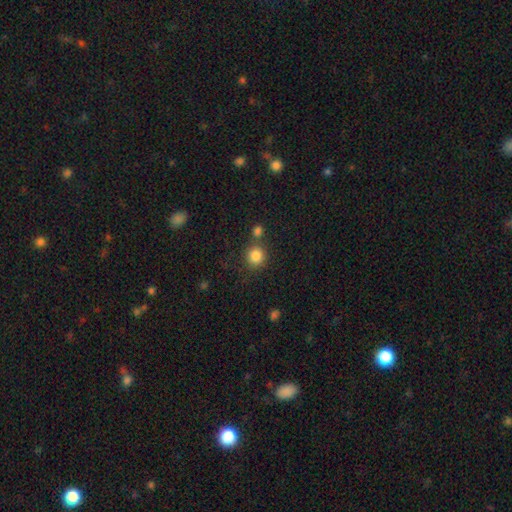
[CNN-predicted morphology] smooth-or-featured: smooth: 84% | star or artifact: 11% | featured or disk: 5%
  how-rounded: round: 88% | in between: 11% | cigar-shaped: 1%
  merging: none: 73% | merger: 15% | minor disturbance: 9% | major disturbance: 3%